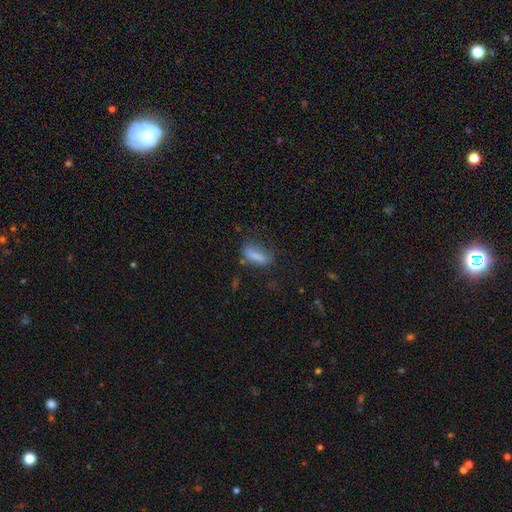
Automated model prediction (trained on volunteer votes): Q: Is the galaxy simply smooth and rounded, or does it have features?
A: smooth — 79%.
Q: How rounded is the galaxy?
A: in between — 59%.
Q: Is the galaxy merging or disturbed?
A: none — 56%.